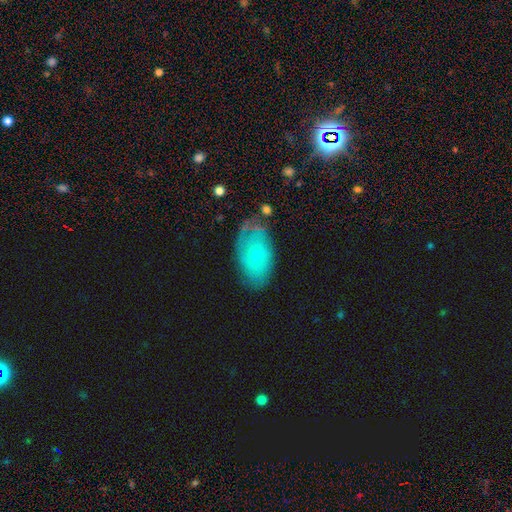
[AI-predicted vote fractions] A featured or disk galaxy (47%).

Vote fractions:
- Smooth or featured? featured or disk: 47% / smooth: 45% / star or artifact: 8%
- Merging? none: 65% / minor disturbance: 24% / major disturbance: 8% / merger: 3%